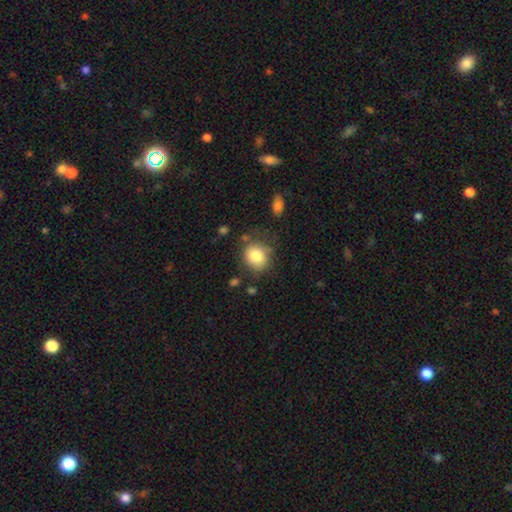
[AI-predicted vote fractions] A smooth galaxy with no disk features (82%) that is round (71%). Merging: none (71%).